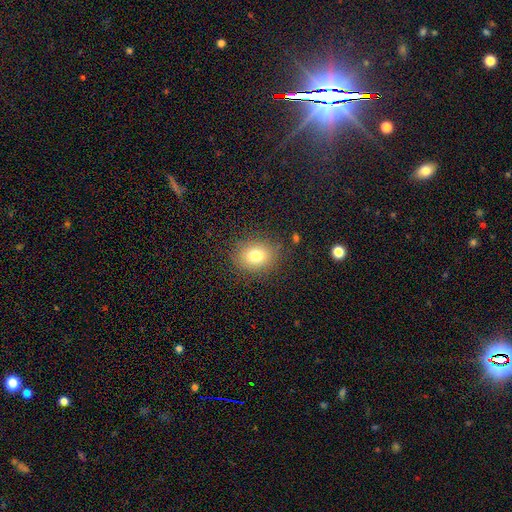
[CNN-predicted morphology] A smooth galaxy with no disk features (77%) that is round (59%). Merging: none (84%).